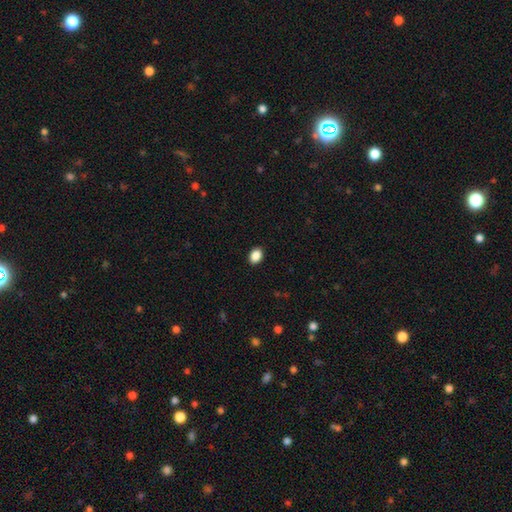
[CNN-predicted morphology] smooth-or-featured: smooth: 89% | star or artifact: 8% | featured or disk: 3%
  how-rounded: in between: 74% | round: 25% | cigar-shaped: 1%
  merging: none: 91% | minor disturbance: 6% | major disturbance: 2% | merger: 1%